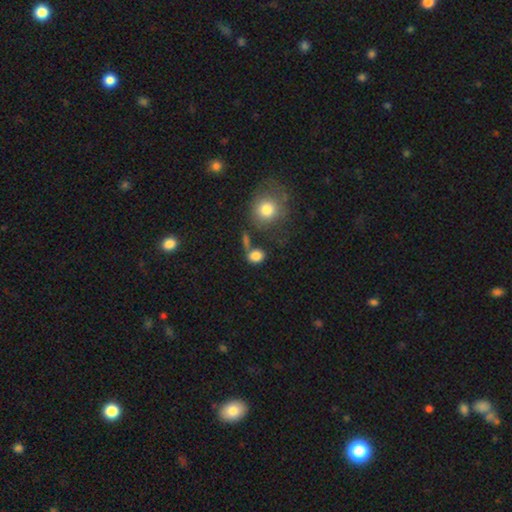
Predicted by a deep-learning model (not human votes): Morphology: type=smooth (84%); roundness=round (57%); merging=none (57%).